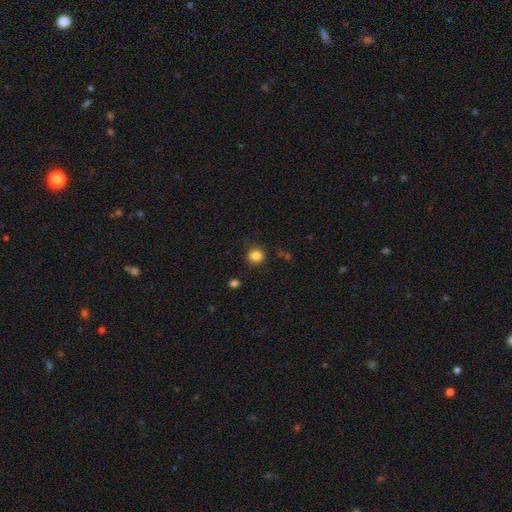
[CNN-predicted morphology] Smooth or featured? Predicted: smooth (p=0.84). How rounded? Predicted: round (p=0.88). Merging? Predicted: none (p=0.86).